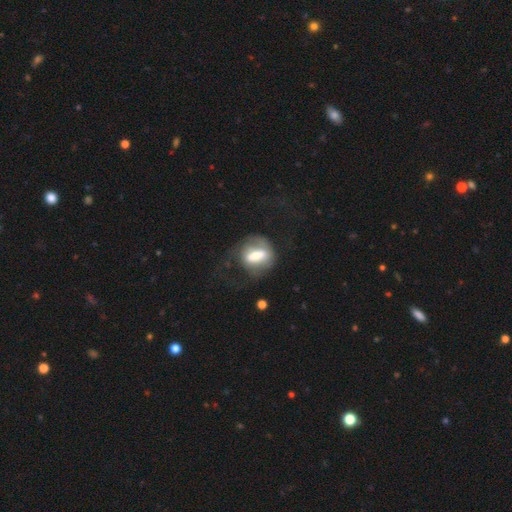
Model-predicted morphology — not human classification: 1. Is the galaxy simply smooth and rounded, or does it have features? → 49% featured or disk, 43% smooth, 8% star or artifact.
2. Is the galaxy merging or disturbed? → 44% none, 32% major disturbance, 20% minor disturbance, 4% merger.